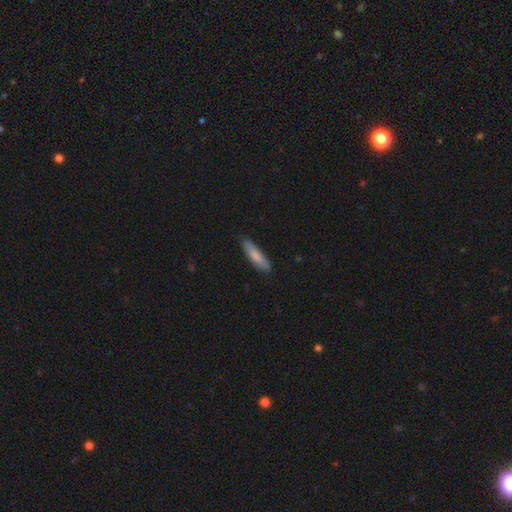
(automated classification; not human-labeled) Smooth or featured: smooth — 81% (featured or disk — 14%)
How rounded: cigar-shaped — 77% (in between — 22%)
Merging: none — 87% (minor disturbance — 10%)